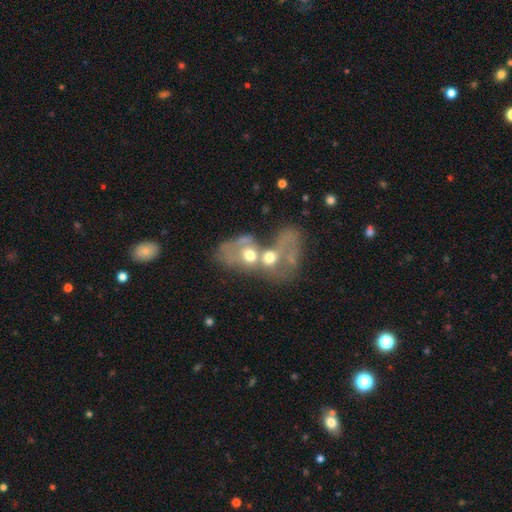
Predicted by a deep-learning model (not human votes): Q: Smooth or featured?
A: featured or disk (53%); runner-up: smooth (32%)
Q: Edge-on disk?
A: no (94%); runner-up: yes (6%)
Q: Merging?
A: merger (68%); runner-up: none (15%)